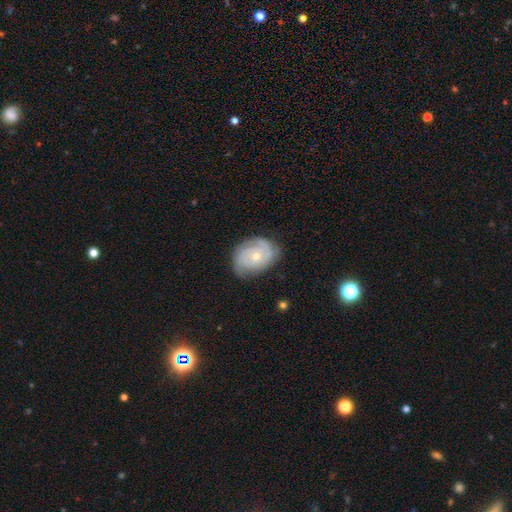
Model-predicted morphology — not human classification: smooth-or-featured: featured or disk: 70% | smooth: 23% | star or artifact: 7%
  disk-edge-on: no: 97% | yes: 3%
    bar: no: 80% | weak: 17% | strong: 3%
    has-spiral-arms: yes: 88% | no: 12%
      spiral-winding: tight: 62% | medium: 29% | loose: 9%
      spiral-arm-count: can't tell: 33% | 2: 31% | 3: 22% | 1: 5% | 4: 5% | more than 4: 4%
    bulge-size: small: 55% | moderate: 42% | large: 1% | none: 1% | dominant: 1%
  merging: none: 69% | minor disturbance: 23% | major disturbance: 7% | merger: 1%